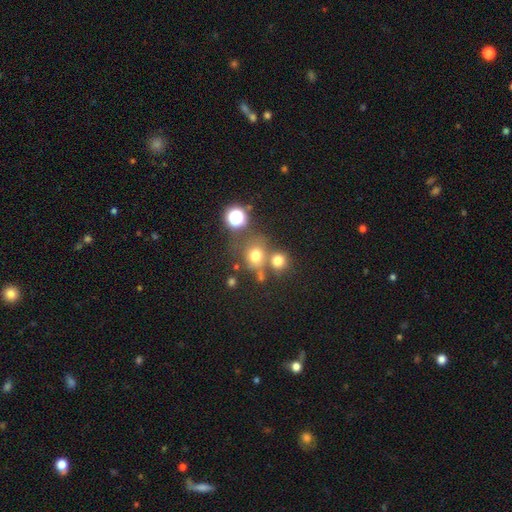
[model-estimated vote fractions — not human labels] A smooth galaxy with no disk features (67%) that is round (79%).

Vote fractions:
- Smooth or featured? smooth: 67% / star or artifact: 22% / featured or disk: 11%
- How rounded? round: 79% / in between: 20% / cigar-shaped: 1%
- Merging? none: 57% / merger: 27% / minor disturbance: 11% / major disturbance: 6%